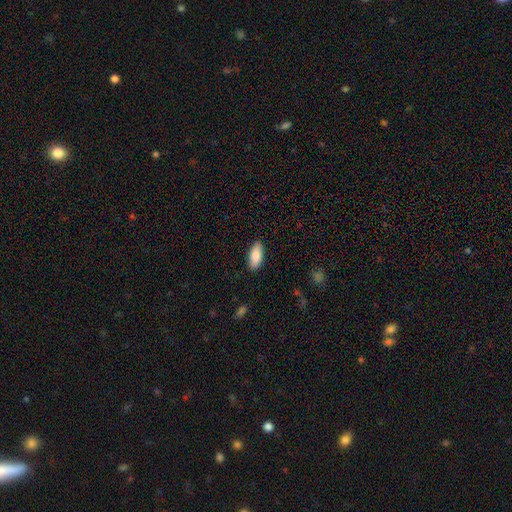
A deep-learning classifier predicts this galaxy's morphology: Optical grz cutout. It shows a smooth galaxy with no disk features (85%) that is in between round and cigar-shaped (89%). Merging: none (88%).